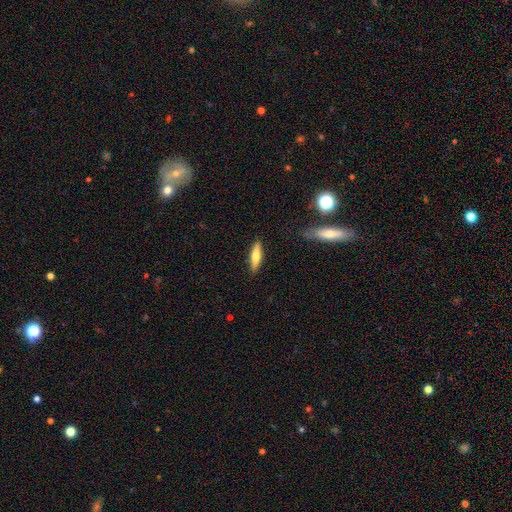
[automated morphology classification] Smooth or featured? Predicted: smooth (p=0.57). How rounded? Predicted: cigar-shaped (p=0.72). Merging? Predicted: none (p=0.86).